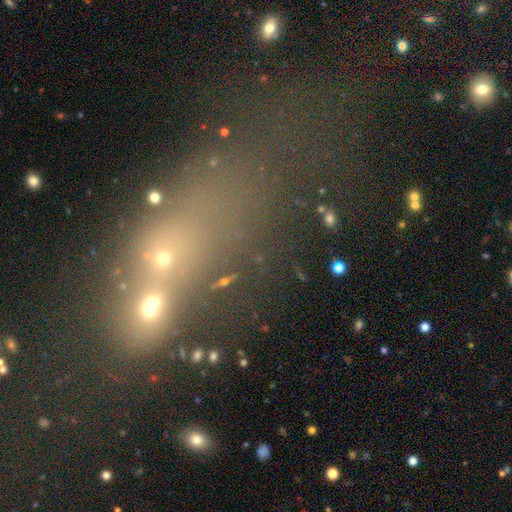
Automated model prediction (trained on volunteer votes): smooth 39% (tied), star or artifact 39% (tied), featured or disk 22%. Down the decision tree: merging — merger (54%).